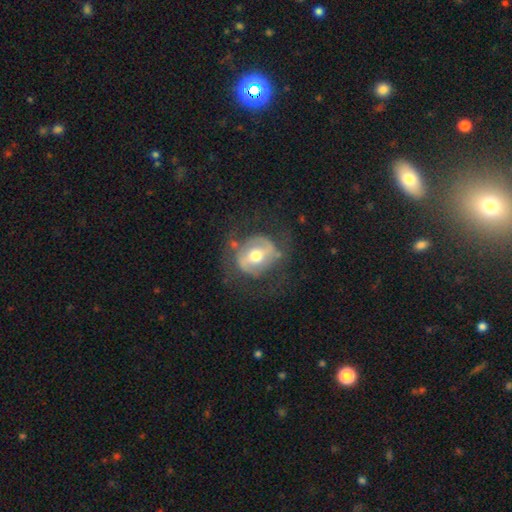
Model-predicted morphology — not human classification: The model was most divided on "bar": weak: 37%, strong: 34%, no: 29%. More confident: edge-on disk — no (96%); bulge size — moderate (74%); smooth or featured — featured or disk (72%); merging — none (63%); spiral arms — yes (62%).